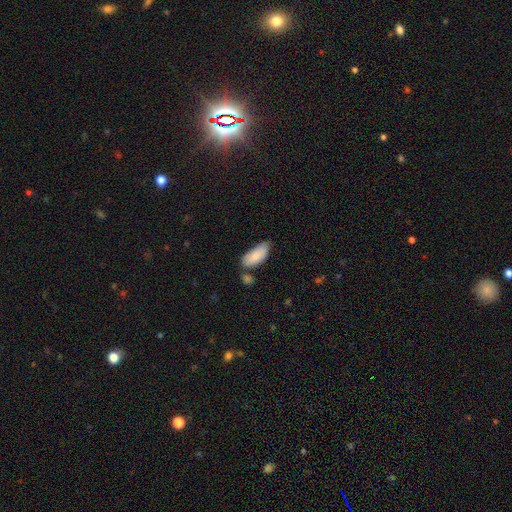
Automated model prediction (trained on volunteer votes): Smooth or featured? smooth (86%)
How rounded? in between (86%)
Merging? none (52%)